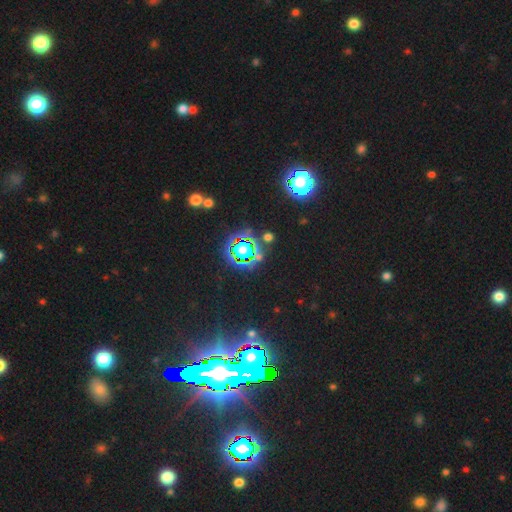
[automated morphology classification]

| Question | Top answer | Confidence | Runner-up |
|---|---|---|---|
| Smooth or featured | star or artifact | 79% | smooth (13%) |